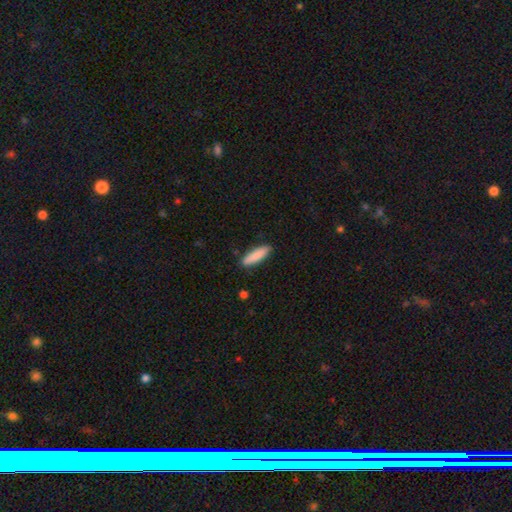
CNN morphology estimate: type=smooth (87%); roundness=cigar-shaped (67%); merging=none (88%).